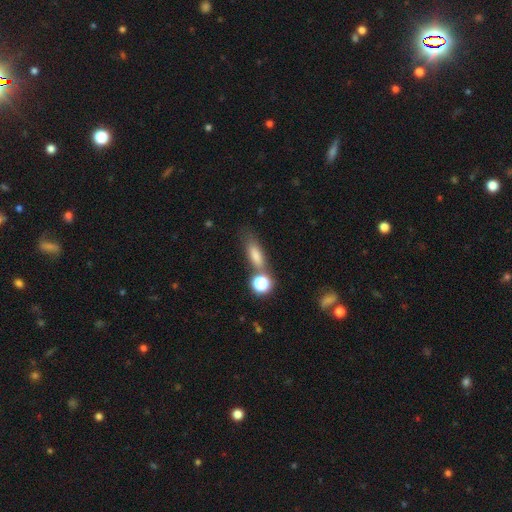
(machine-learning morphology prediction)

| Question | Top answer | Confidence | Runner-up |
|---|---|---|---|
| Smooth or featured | smooth | 73% | featured or disk (13%) |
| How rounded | in between | 55% | cigar-shaped (35%) |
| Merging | none | 53% | merger (21%) |